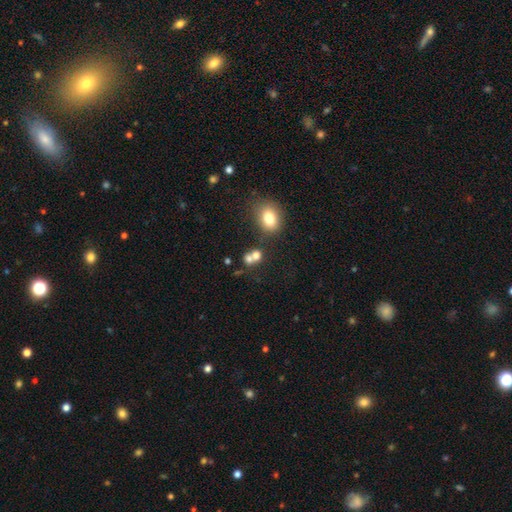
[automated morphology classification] Smooth or featured?
  - smooth: 73% *
  - star or artifact: 14%
  - featured or disk: 13%
How rounded?
  - round: 71% *
  - in between: 27%
  - cigar-shaped: 1%
Merging?
  - merger: 47% *
  - none: 40%
  - minor disturbance: 8%
  - major disturbance: 5%